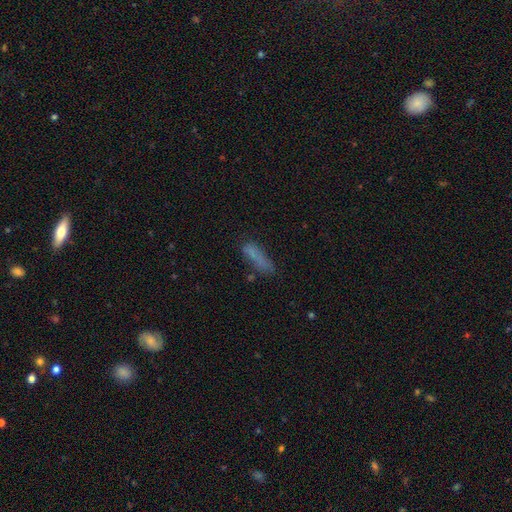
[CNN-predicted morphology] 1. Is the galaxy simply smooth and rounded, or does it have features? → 75% smooth, 13% featured or disk, 12% star or artifact.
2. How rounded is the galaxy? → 71% cigar-shaped, 26% in between, 2% round.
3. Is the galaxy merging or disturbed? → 62% none, 22% minor disturbance, 10% major disturbance, 6% merger.